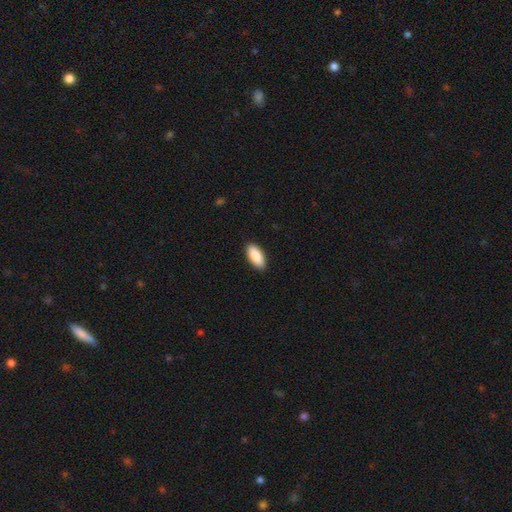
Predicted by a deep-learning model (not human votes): Smooth or featured? smooth (90%)
How rounded? in between (87%)
Merging? none (90%)